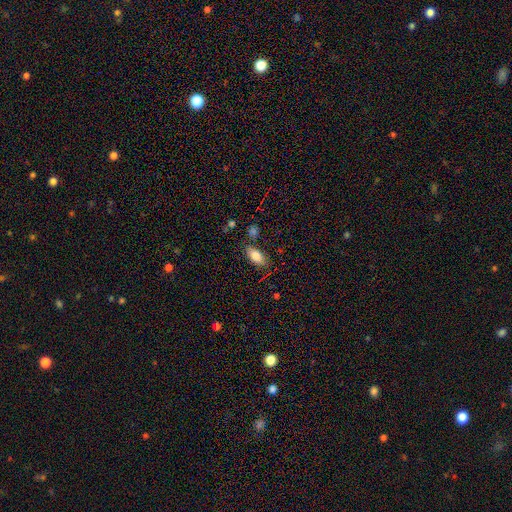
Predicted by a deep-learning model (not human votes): Q: Smooth or featured?
A: smooth (81%); runner-up: featured or disk (11%)
Q: How rounded?
A: in between (89%); runner-up: cigar-shaped (8%)
Q: Merging?
A: none (77%); runner-up: minor disturbance (15%)